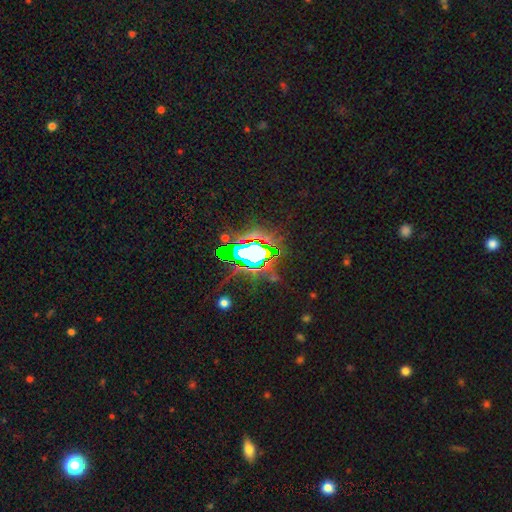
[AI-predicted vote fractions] smooth-or-featured: star or artifact: 70% | featured or disk: 16% | smooth: 14%